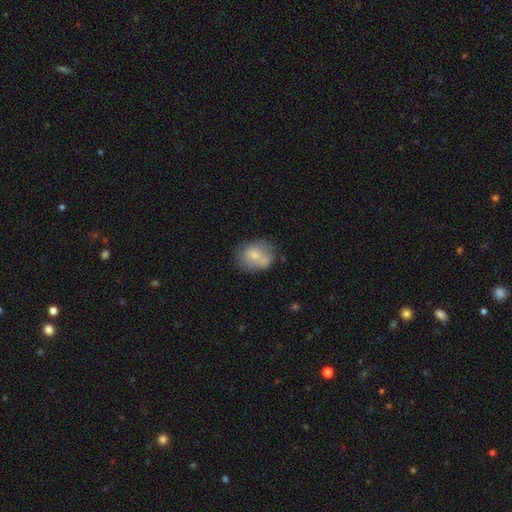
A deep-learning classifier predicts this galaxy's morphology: A smooth galaxy with no disk features (69%) that is round (53%).

Vote fractions:
- Smooth or featured? smooth: 69% / featured or disk: 23% / star or artifact: 8%
- How rounded? round: 53% / in between: 46% / cigar-shaped: 1%
- Merging? none: 55% / minor disturbance: 25% / merger: 12% / major disturbance: 9%